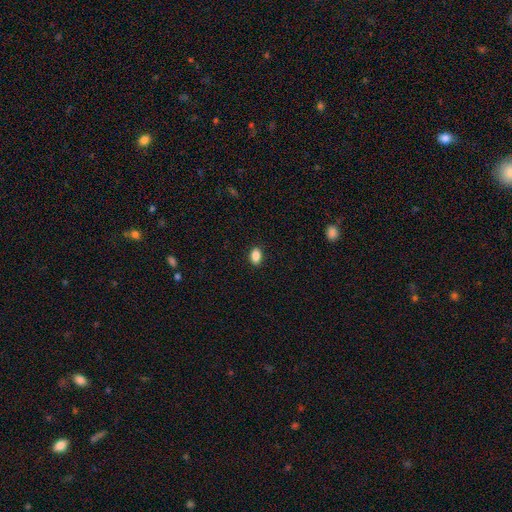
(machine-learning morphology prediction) Overall: smooth (87%). How rounded: in between (87%). Merging: none (89%).